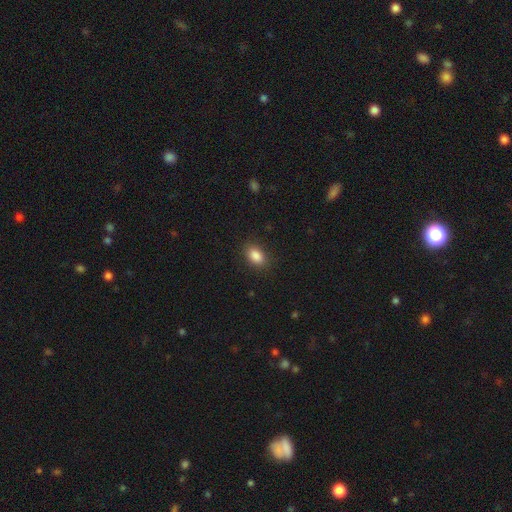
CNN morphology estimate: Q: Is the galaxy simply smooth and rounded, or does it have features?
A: smooth — 88%.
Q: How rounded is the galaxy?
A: in between — 85%.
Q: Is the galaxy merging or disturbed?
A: none — 86%.